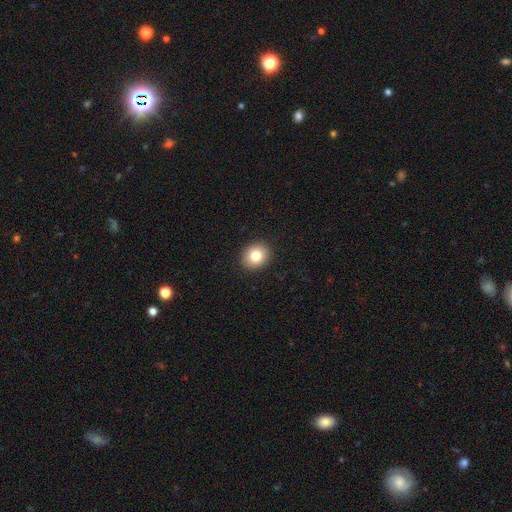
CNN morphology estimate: This appears to be a smooth galaxy with no disk features (82%) that is round (66%). Merging: none (91%).